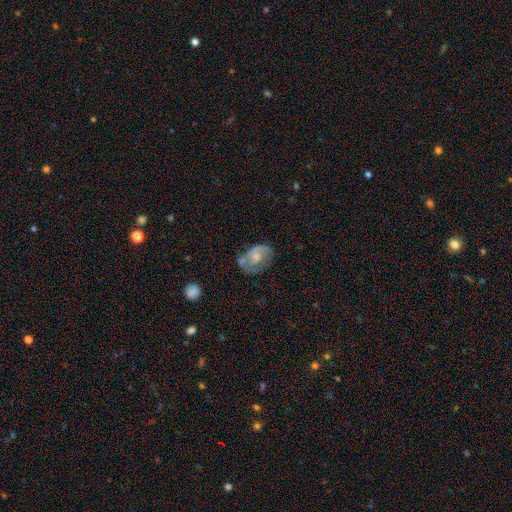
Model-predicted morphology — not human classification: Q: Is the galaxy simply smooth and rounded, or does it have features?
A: featured or disk — 59%.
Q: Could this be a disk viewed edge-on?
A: no — 97%.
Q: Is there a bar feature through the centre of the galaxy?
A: no — 70%.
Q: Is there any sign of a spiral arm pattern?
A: yes — 73%.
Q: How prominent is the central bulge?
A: small — 41%.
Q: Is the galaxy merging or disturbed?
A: none — 41%.